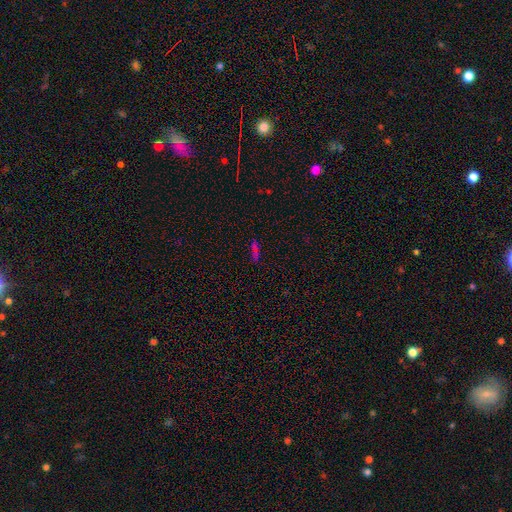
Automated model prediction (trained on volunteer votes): This appears to be a smooth galaxy with no disk features (53%) that is cigar-shaped (49%). Merging: none (67%).